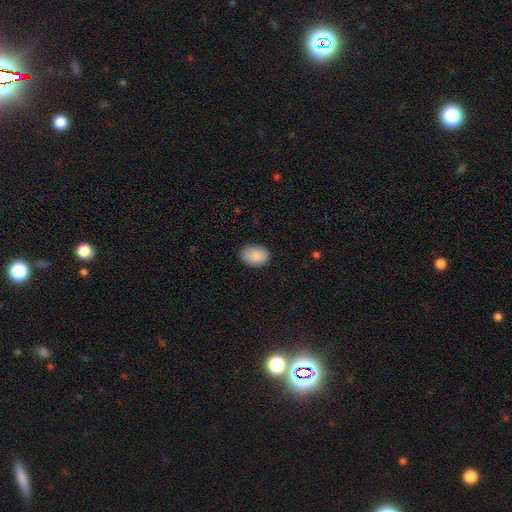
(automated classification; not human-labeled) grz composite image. It shows a smooth galaxy with no disk features (88%) that is in between round and cigar-shaped (73%). Merging: none (83%).